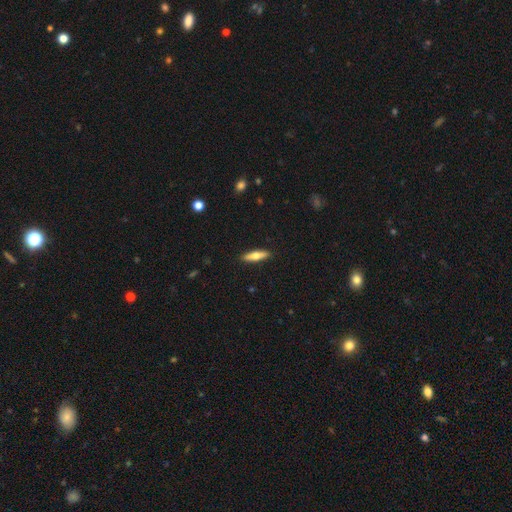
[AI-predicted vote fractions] Smooth or featured?
  - smooth: 60% *
  - featured or disk: 34%
  - star or artifact: 6%
How rounded?
  - cigar-shaped: 68% *
  - in between: 29%
  - round: 2%
Merging?
  - none: 91% *
  - minor disturbance: 7%
  - major disturbance: 2%
  - merger: 1%